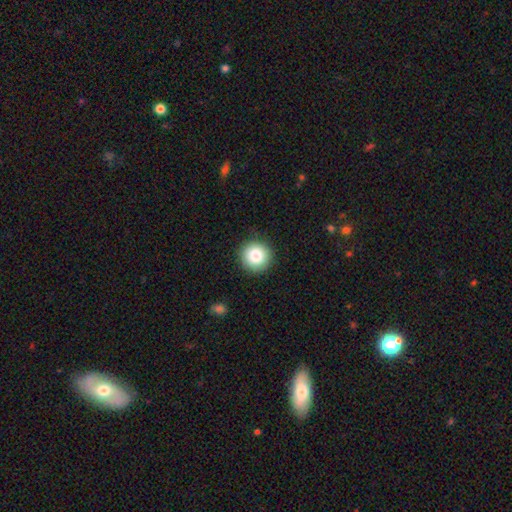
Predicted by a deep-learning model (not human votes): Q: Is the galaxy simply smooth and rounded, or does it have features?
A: smooth — 84%.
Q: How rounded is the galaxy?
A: round — 95%.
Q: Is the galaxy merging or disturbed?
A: none — 90%.